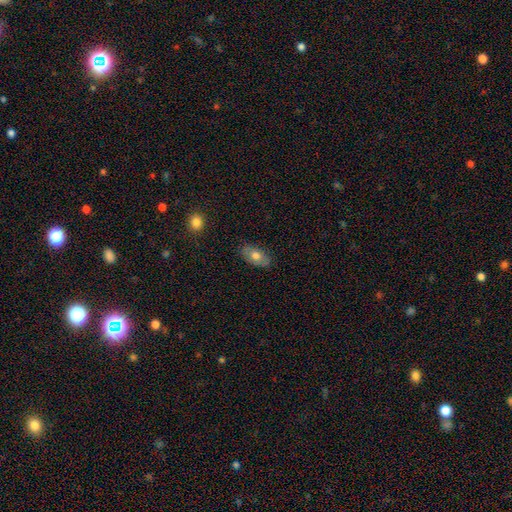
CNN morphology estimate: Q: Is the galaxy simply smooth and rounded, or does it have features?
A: smooth — 69%.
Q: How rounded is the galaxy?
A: in between — 91%.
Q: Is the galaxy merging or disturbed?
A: none — 82%.